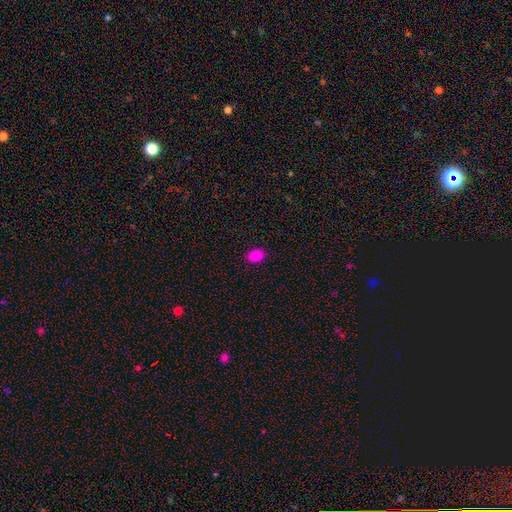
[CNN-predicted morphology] A smooth galaxy with no disk features (86%) that is in between round and cigar-shaped (78%). Merging: none (90%).